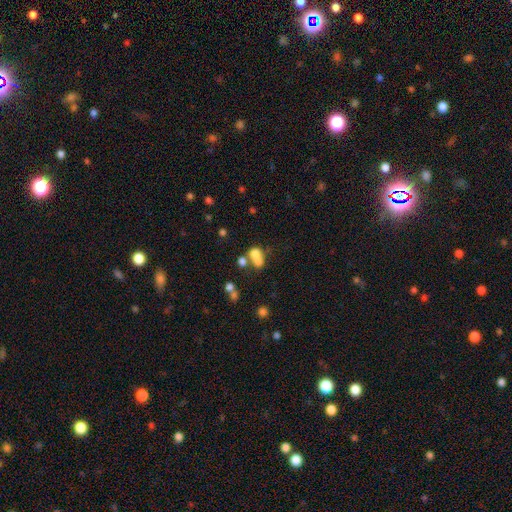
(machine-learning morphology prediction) smooth 69%, featured or disk 18%, star or artifact 14%. Down the decision tree: how rounded — in between (69%); merging — merger (50%).